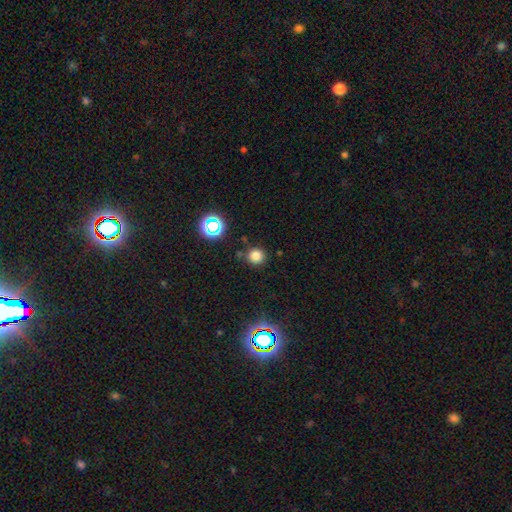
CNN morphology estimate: Q: Smooth or featured?
A: smooth (76%); runner-up: star or artifact (19%)
Q: How rounded?
A: round (93%); runner-up: in between (6%)
Q: Merging?
A: none (84%); runner-up: minor disturbance (9%)